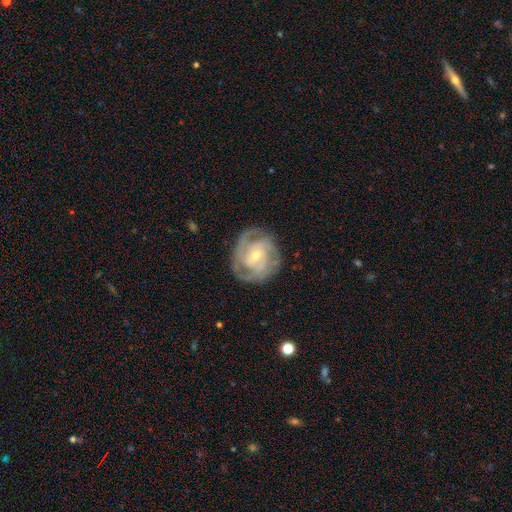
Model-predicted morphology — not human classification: smooth-or-featured: featured or disk: 89% | smooth: 7% | star or artifact: 5%
  disk-edge-on: no: 98% | yes: 2%
    bar: no: 52% | weak: 37% | strong: 12%
    has-spiral-arms: yes: 97% | no: 3%
      spiral-winding: tight: 62% | medium: 33% | loose: 5%
      spiral-arm-count: 3: 46% | 2: 17% | can't tell: 14% | 4: 13% | 1: 5% | more than 4: 5%
    bulge-size: small: 60% | moderate: 37% | large: 1% | none: 1% | dominant: 1%
  merging: none: 80% | minor disturbance: 14% | major disturbance: 5% | merger: 1%